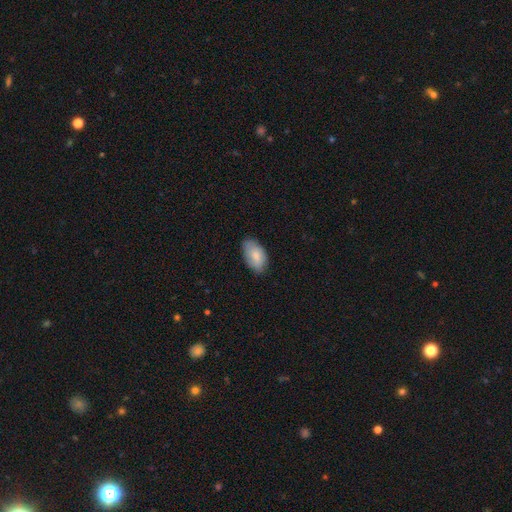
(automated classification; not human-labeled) Smooth or featured?
  - smooth: 82% *
  - featured or disk: 12%
  - star or artifact: 6%
How rounded?
  - in between: 95% *
  - round: 4%
  - cigar-shaped: 2%
Merging?
  - none: 76% *
  - minor disturbance: 20%
  - major disturbance: 3%
  - merger: 1%